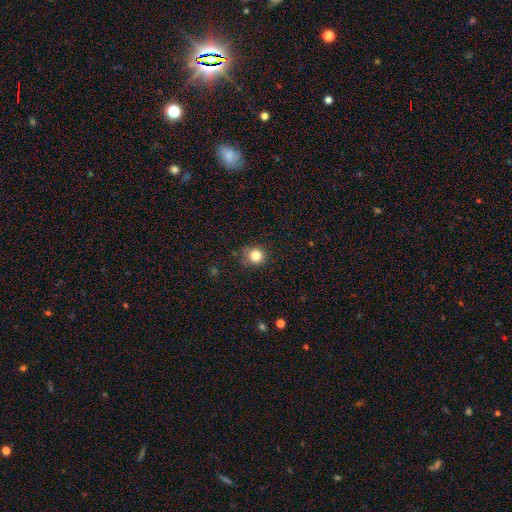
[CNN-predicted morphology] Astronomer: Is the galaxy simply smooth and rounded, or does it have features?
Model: smooth — 83%.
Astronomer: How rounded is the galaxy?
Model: round — 89%.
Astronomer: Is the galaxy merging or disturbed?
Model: none — 78%.